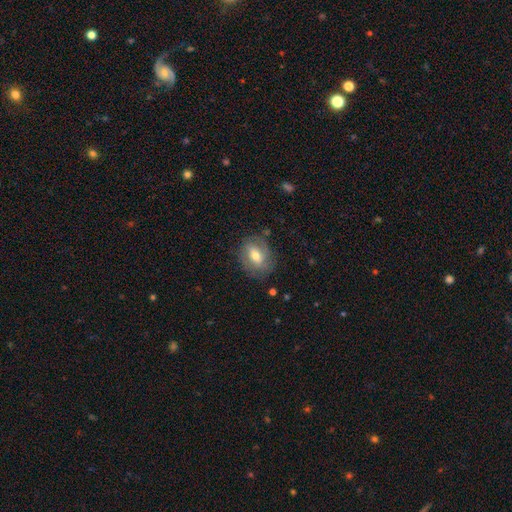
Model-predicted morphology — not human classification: Q: Smooth or featured?
A: featured or disk (47%); runner-up: smooth (45%)
Q: Merging?
A: none (71%); runner-up: minor disturbance (20%)